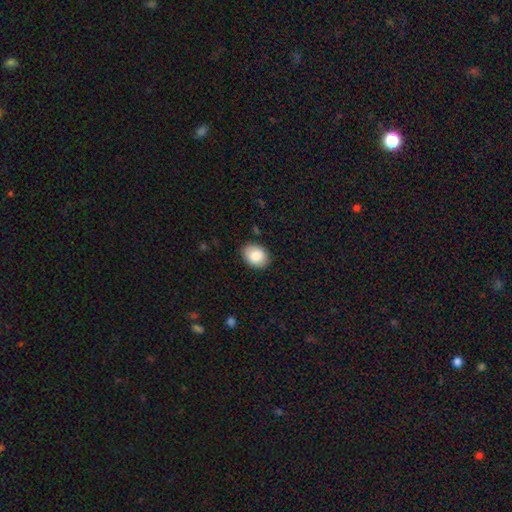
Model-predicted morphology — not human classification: smooth_or_featured: smooth (p=0.86) [alt: featured or disk p=0.07]
how_rounded: in between (p=0.70) [alt: round p=0.29]
merging: none (p=0.86) [alt: minor disturbance p=0.11]